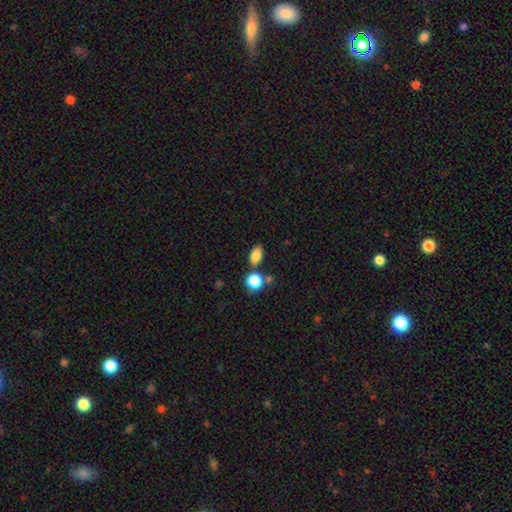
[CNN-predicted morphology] Smooth or featured: smooth — 83% (star or artifact — 10%)
How rounded: in between — 84% (round — 13%)
Merging: none — 73% (minor disturbance — 12%)